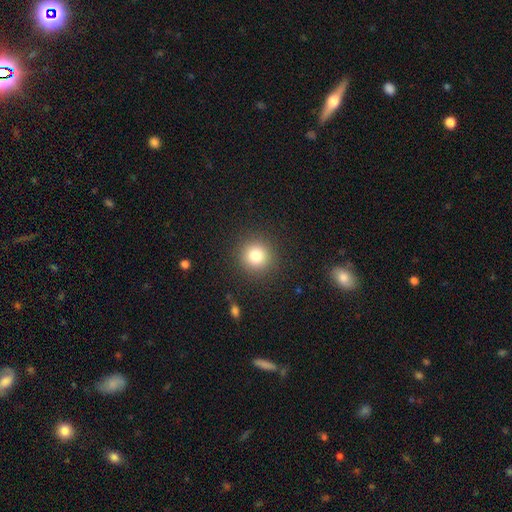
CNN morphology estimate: The model was most divided on "smooth or featured": smooth: 82%, star or artifact: 12%, featured or disk: 7%. More confident: how rounded — round (93%); merging — none (90%).